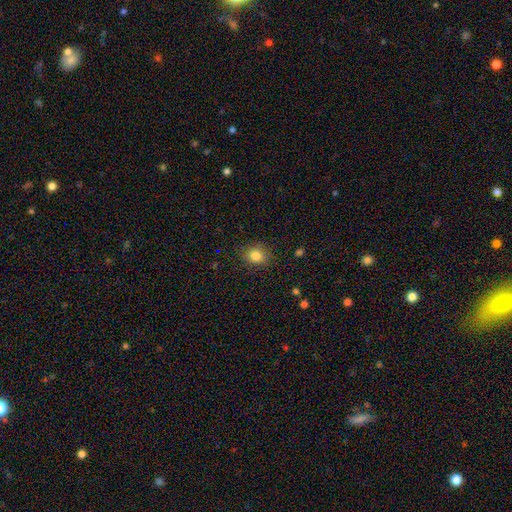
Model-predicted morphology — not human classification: This appears to be a smooth galaxy with no disk features (84%) that is round (63%). Merging: none (84%).